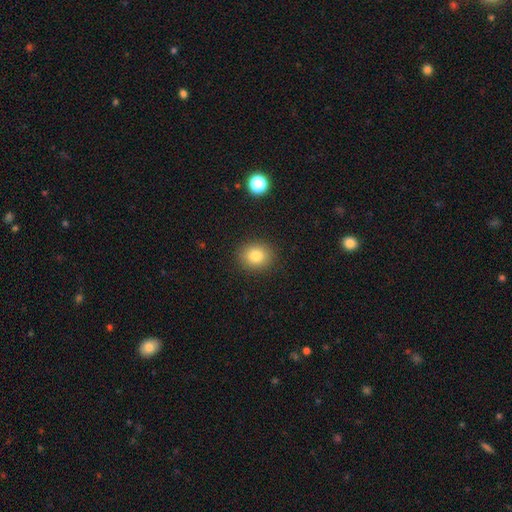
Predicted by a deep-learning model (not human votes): A smooth galaxy with no disk features (82%) that is round (69%). Merging: none (89%).